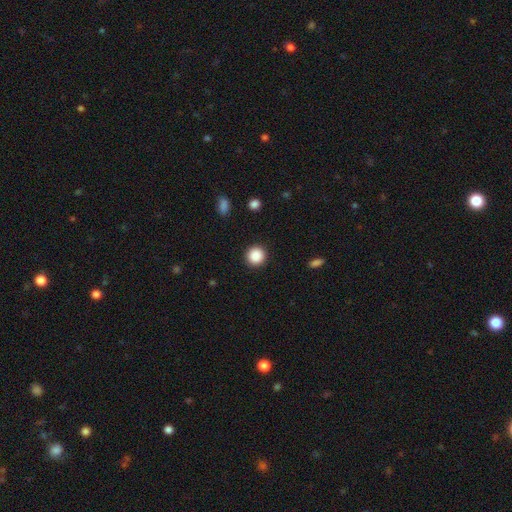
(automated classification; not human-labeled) smooth_or_featured: smooth (p=0.88) [alt: star or artifact p=0.09]
how_rounded: round (p=0.95) [alt: in between p=0.05]
merging: none (p=0.92) [alt: minor disturbance p=0.05]